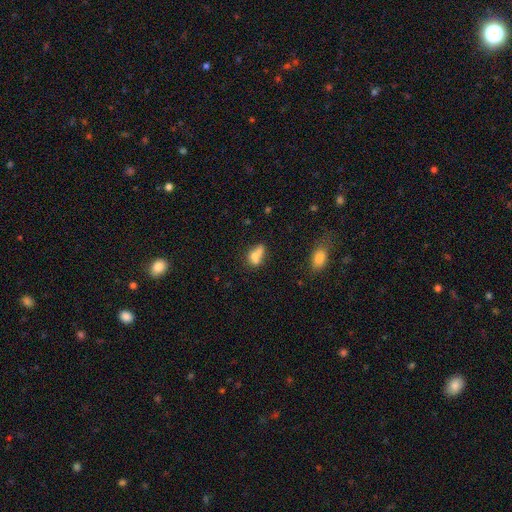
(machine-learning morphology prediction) Smooth or featured: smooth — 67% (featured or disk — 21%)
How rounded: in between — 70% (round — 20%)
Merging: merger — 44% (none — 30%)